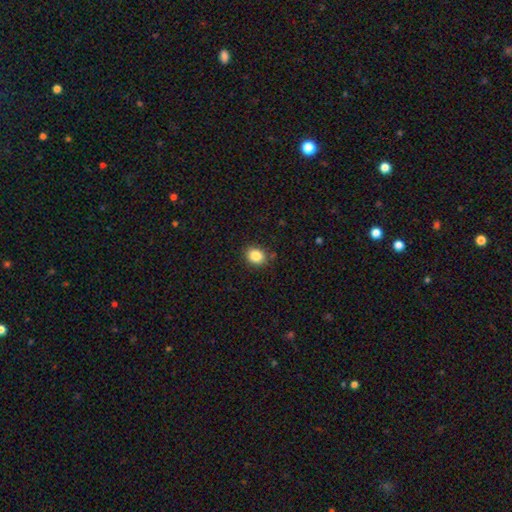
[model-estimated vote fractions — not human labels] Smooth or featured? smooth (86%)
How rounded? round (59%)
Merging? none (85%)